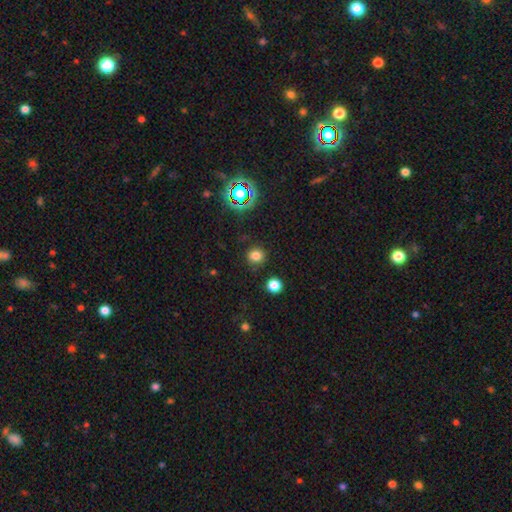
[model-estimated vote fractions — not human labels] Q: Smooth or featured?
A: smooth (77%); runner-up: star or artifact (18%)
Q: How rounded?
A: round (89%); runner-up: in between (10%)
Q: Merging?
A: none (88%); runner-up: minor disturbance (7%)